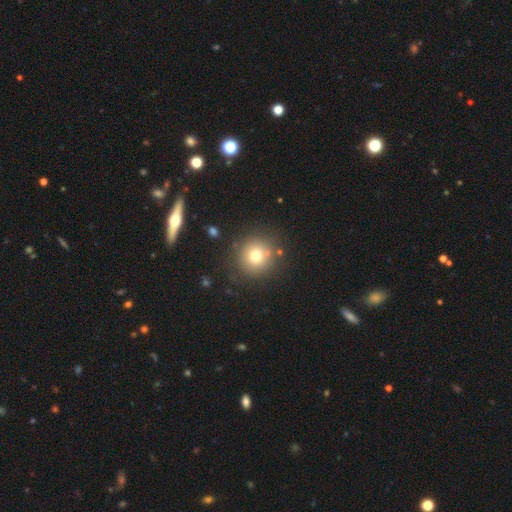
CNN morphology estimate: Smooth or featured?
  - smooth: 73% *
  - star or artifact: 15%
  - featured or disk: 13%
How rounded?
  - round: 94% *
  - in between: 5%
  - cigar-shaped: 1%
Merging?
  - none: 85% *
  - minor disturbance: 8%
  - merger: 4%
  - major disturbance: 4%